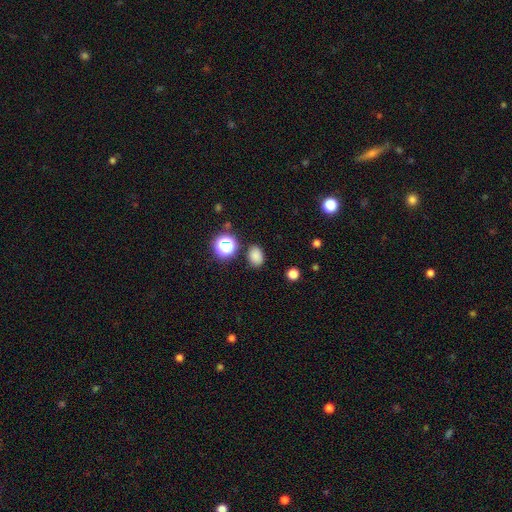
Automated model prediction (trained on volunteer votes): Morphology: type=smooth (80%); roundness=in between (68%); merging=none (83%).